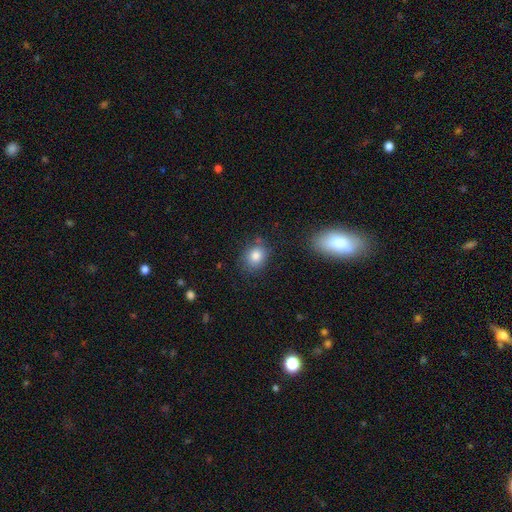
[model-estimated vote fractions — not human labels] The model was most divided on "how rounded": round: 61%, in between: 38%, cigar-shaped: 1%. More confident: smooth or featured — smooth (82%); merging — none (76%).